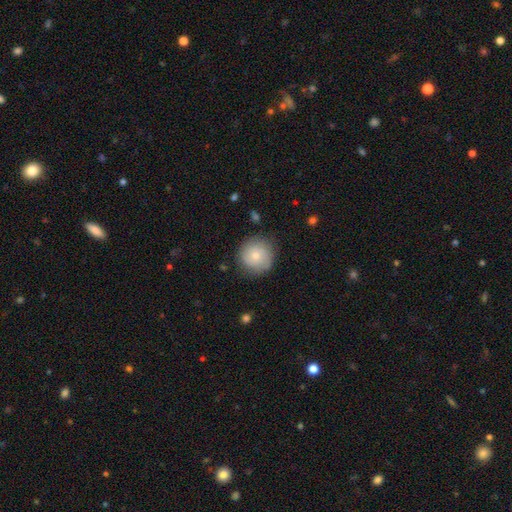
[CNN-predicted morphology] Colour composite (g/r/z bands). It shows a smooth galaxy with no disk features (67%) that is round (94%). Merging: none (82%).